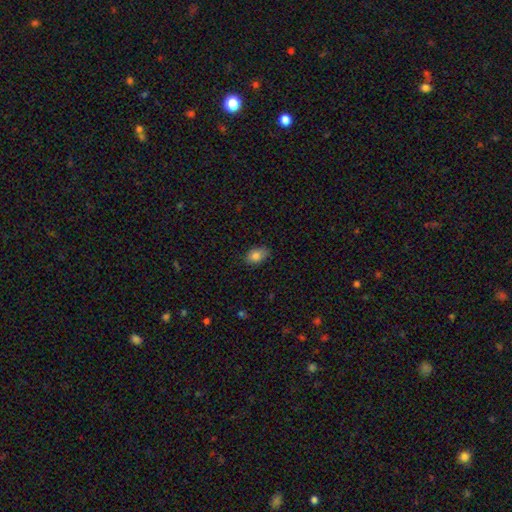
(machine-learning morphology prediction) Q: Smooth or featured?
A: smooth (84%); runner-up: star or artifact (9%)
Q: How rounded?
A: in between (84%); runner-up: round (14%)
Q: Merging?
A: none (78%); runner-up: minor disturbance (18%)